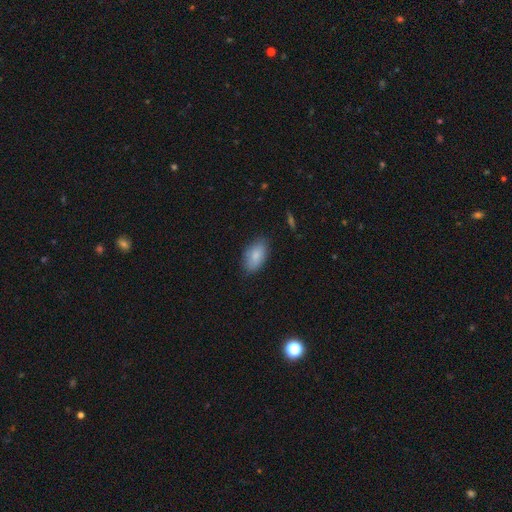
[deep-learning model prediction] A smooth galaxy with no disk features (86%) that is in between round and cigar-shaped (93%). Merging: none (79%).